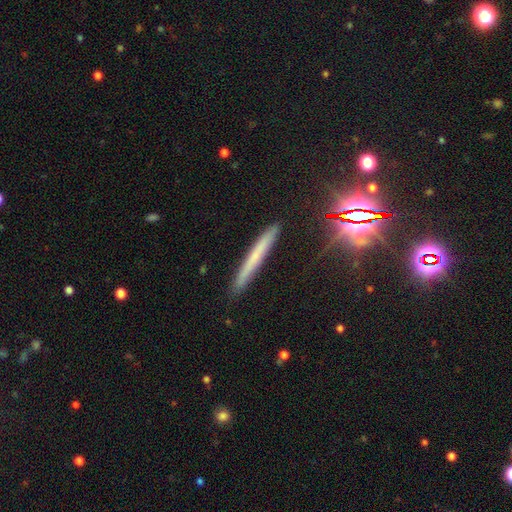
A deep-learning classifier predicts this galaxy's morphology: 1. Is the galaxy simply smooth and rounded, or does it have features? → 53% smooth, 31% featured or disk, 16% star or artifact.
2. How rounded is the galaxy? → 96% cigar-shaped, 2% in between, 2% round.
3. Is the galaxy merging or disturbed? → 90% none, 7% minor disturbance, 1% major disturbance, 1% merger.